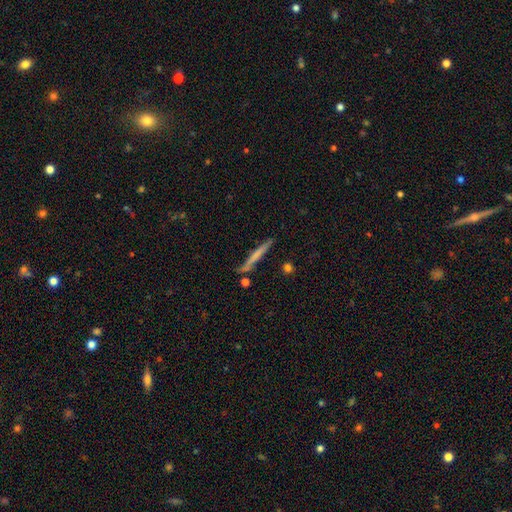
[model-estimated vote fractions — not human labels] A smooth galaxy with no disk features (50%) that is cigar-shaped (96%).

Vote fractions:
- Smooth or featured? smooth: 50% / featured or disk: 44% / star or artifact: 6%
- How rounded? cigar-shaped: 96% / in between: 3% / round: 2%
- Merging? none: 82% / minor disturbance: 11% / merger: 5% / major disturbance: 2%